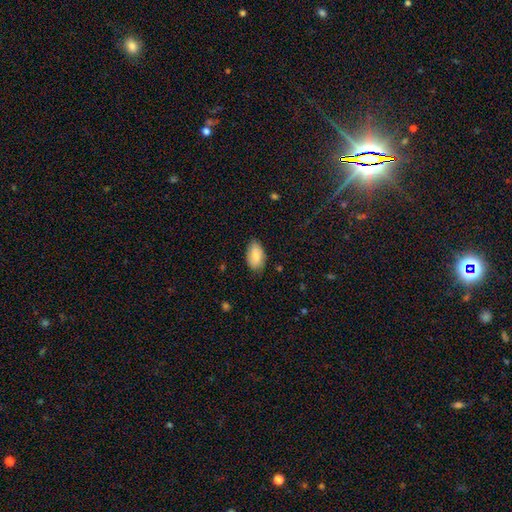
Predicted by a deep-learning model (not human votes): A smooth galaxy with no disk features (83%) that is in between round and cigar-shaped (94%). Merging: none (79%).